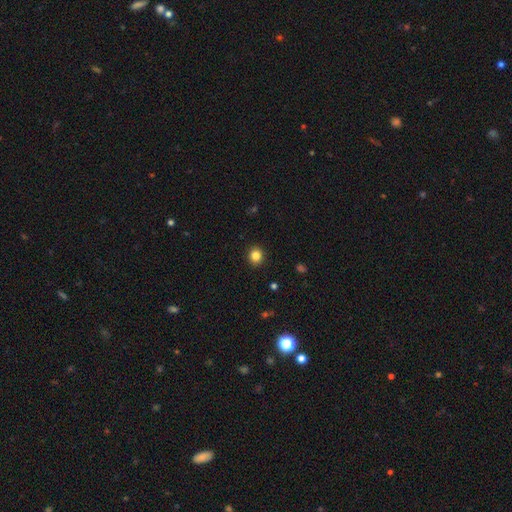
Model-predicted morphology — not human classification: smooth_or_featured: smooth (p=0.84) [alt: star or artifact p=0.11]
how_rounded: round (p=0.87) [alt: in between p=0.12]
merging: none (p=0.92) [alt: minor disturbance p=0.05]